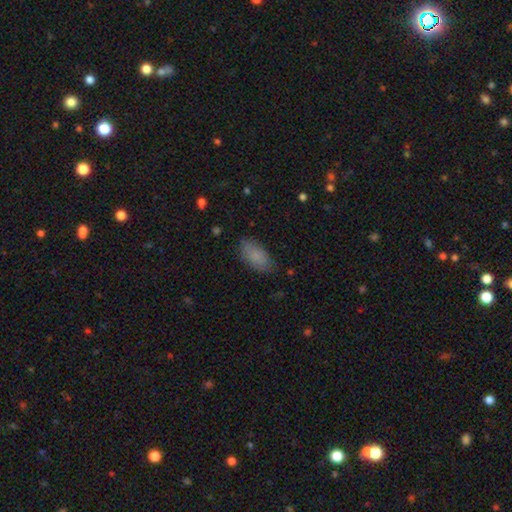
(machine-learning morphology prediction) Q: Smooth or featured?
A: smooth (84%); runner-up: featured or disk (8%)
Q: How rounded?
A: in between (91%); runner-up: cigar-shaped (6%)
Q: Merging?
A: none (79%); runner-up: minor disturbance (16%)